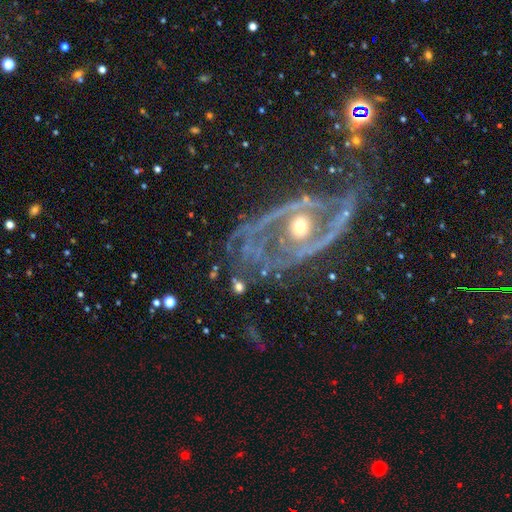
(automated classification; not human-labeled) A featured or disk galaxy (87%) with no bar (65%), 2 (63%) medium (44%) spiral arms (86%) and a moderate central bulge (61%). Merging: none (52%).